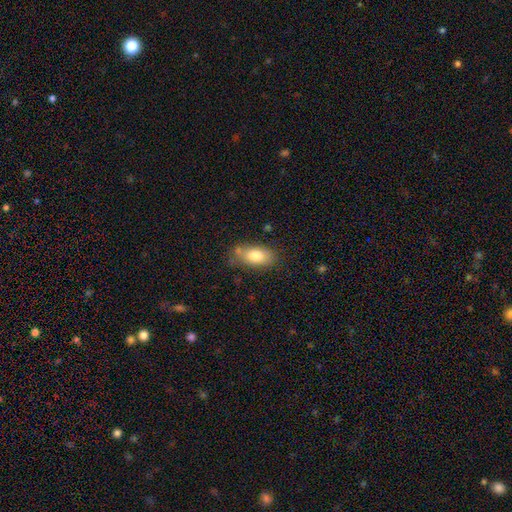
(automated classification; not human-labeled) A smooth galaxy with no disk features (80%) that is in between round and cigar-shaped (89%). Merging: none (68%).